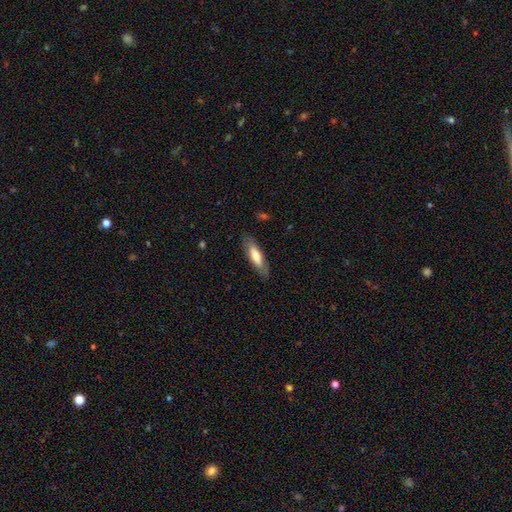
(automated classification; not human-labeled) smooth_or_featured: smooth (p=0.63) [alt: featured or disk p=0.31]
how_rounded: cigar-shaped (p=0.58) [alt: in between p=0.41]
merging: none (p=0.83) [alt: minor disturbance p=0.12]